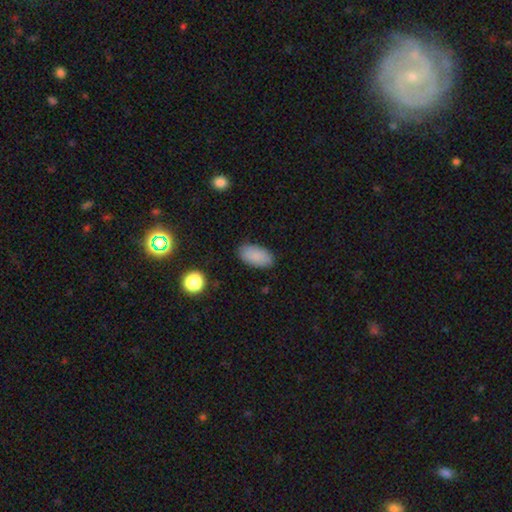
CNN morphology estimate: The model was most divided on "merging": none: 85%, minor disturbance: 12%, major disturbance: 3%, merger: 1%. More confident: how rounded — in between (94%); smooth or featured — smooth (85%).